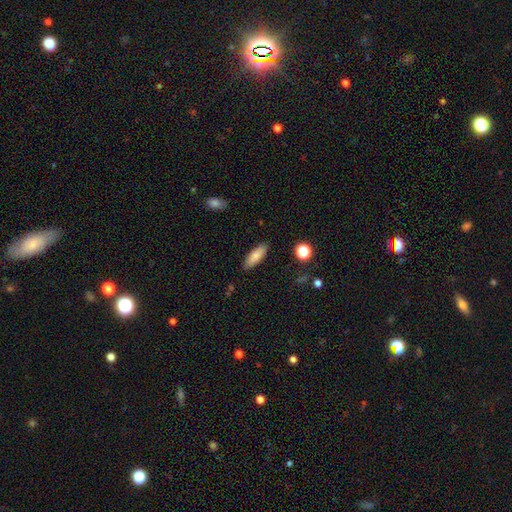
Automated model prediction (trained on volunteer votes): This is clearly a smooth galaxy (83%). How rounded: possibly in between (55%). Merging: clearly none (89%).